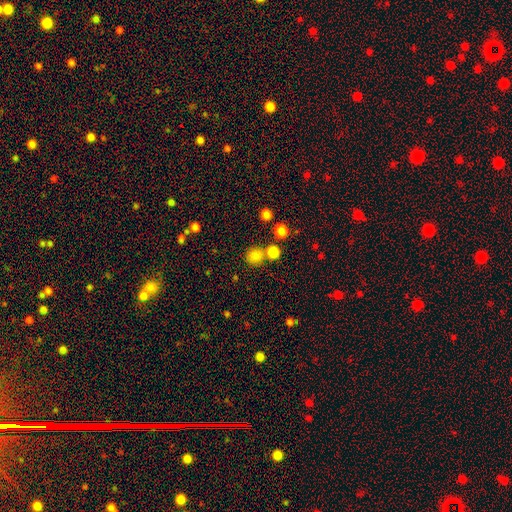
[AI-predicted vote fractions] Q: Smooth or featured?
A: smooth (80%); runner-up: star or artifact (15%)
Q: How rounded?
A: round (84%); runner-up: in between (15%)
Q: Merging?
A: none (68%); runner-up: merger (20%)